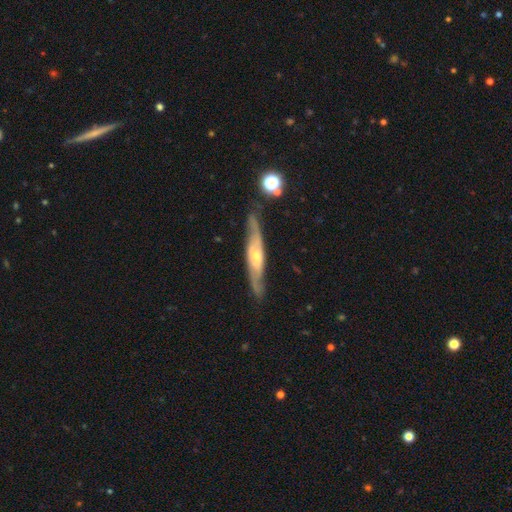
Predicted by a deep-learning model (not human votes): featured or disk 72%, smooth 22%, star or artifact 6%. Down the decision tree: edge-on disk — yes (56%); merging — none (79%).